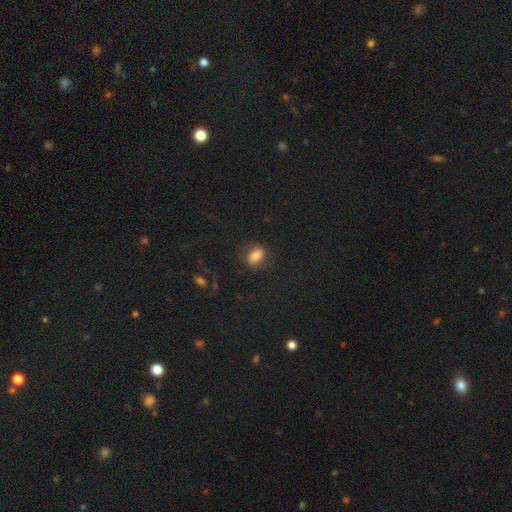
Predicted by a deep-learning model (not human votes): The model was most divided on "smooth or featured": smooth: 69%, star or artifact: 17%, featured or disk: 14%. More confident: merging — none (79%); how rounded — in between (79%).